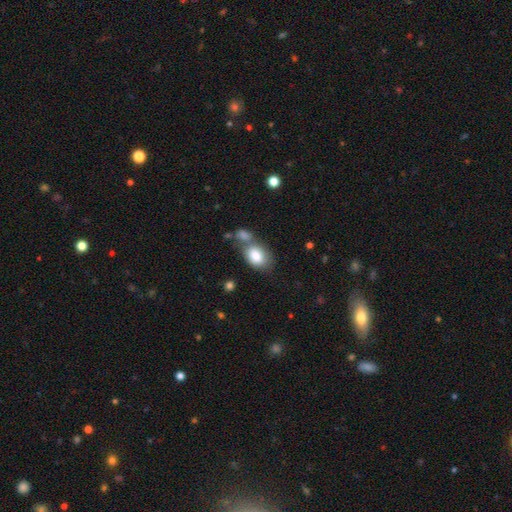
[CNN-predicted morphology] Smooth or featured: smooth — 84% (featured or disk — 9%)
How rounded: in between — 78% (round — 20%)
Merging: none — 41% (merger — 36%)